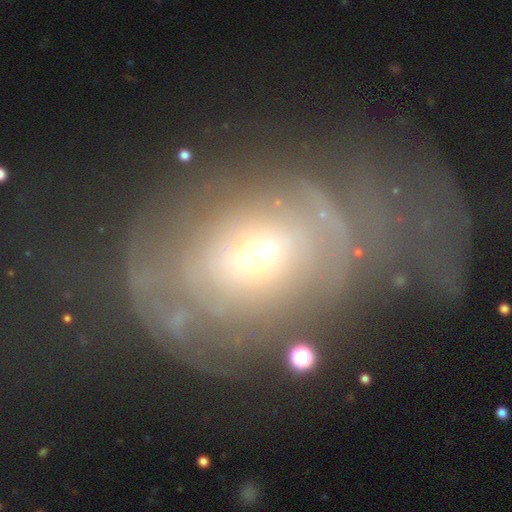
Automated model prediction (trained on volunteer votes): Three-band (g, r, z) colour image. It shows a featured or disk galaxy (58%) with no bar (80%), no spiral arms (58%) and a small central bulge (50%). Merging: major disturbance (48%).